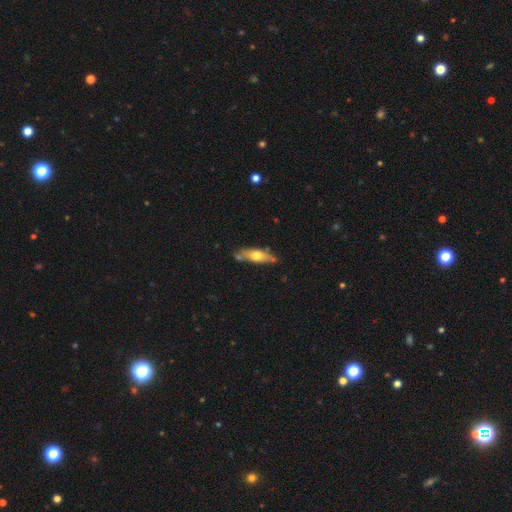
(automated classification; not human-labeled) smooth-or-featured: smooth: 50% | featured or disk: 44% | star or artifact: 6%
  how-rounded: cigar-shaped: 51% | in between: 46% | round: 3%
  merging: none: 68% | minor disturbance: 20% | merger: 9% | major disturbance: 4%